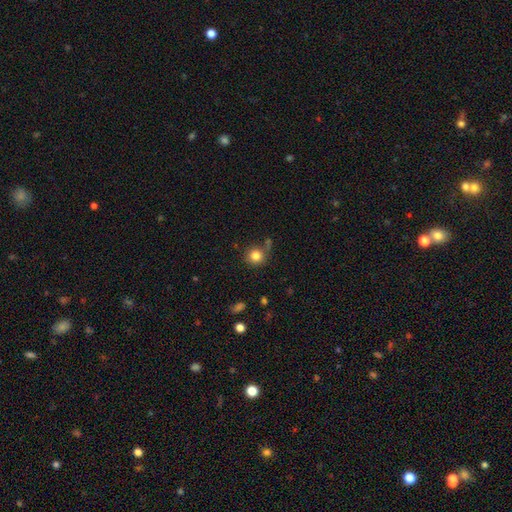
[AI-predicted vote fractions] The model was most divided on "merging": none: 75%, minor disturbance: 13%, merger: 8%, major disturbance: 4%. More confident: how rounded — round (91%); smooth or featured — smooth (82%).